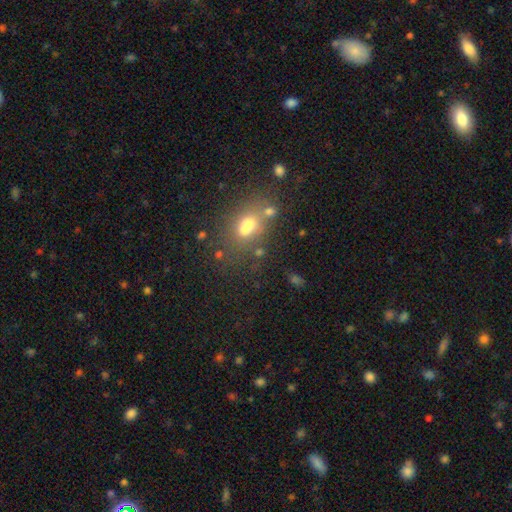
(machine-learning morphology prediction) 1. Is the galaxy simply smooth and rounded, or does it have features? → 60% smooth, 26% star or artifact, 14% featured or disk.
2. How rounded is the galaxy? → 50% round, 48% in between, 2% cigar-shaped.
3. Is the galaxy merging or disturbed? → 65% none, 16% merger, 13% minor disturbance, 6% major disturbance.